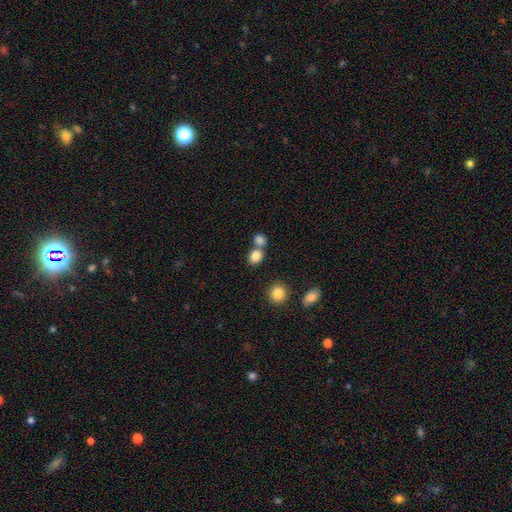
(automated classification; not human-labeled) The model was most divided on "merging": none: 52%, merger: 37%, minor disturbance: 8%, major disturbance: 3%. More confident: smooth or featured — smooth (83%); how rounded — round (57%).